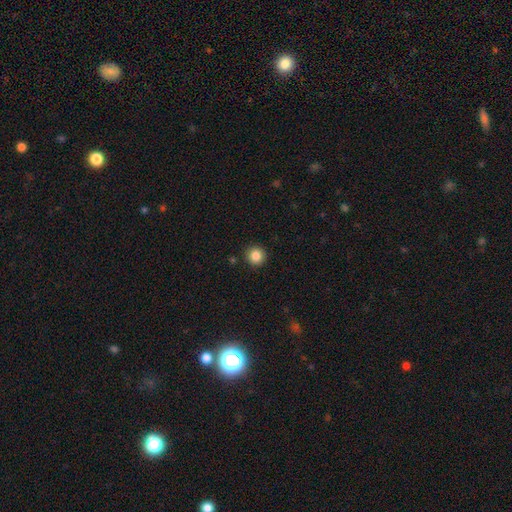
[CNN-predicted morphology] This is clearly a smooth galaxy (85%). How rounded: clearly round (94%). Merging: clearly none (91%).